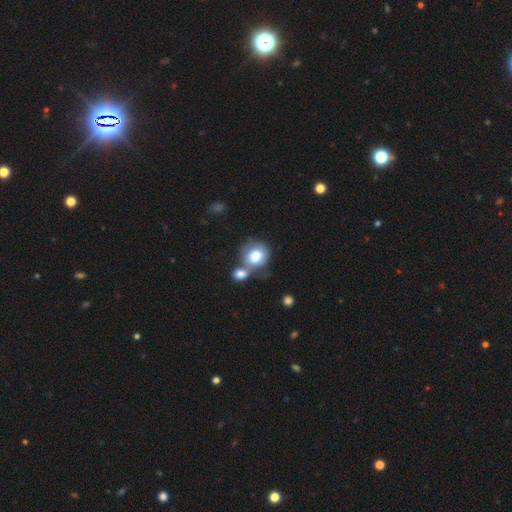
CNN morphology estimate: A smooth galaxy with no disk features (78%) that is round (77%). Merging: merger (42%).